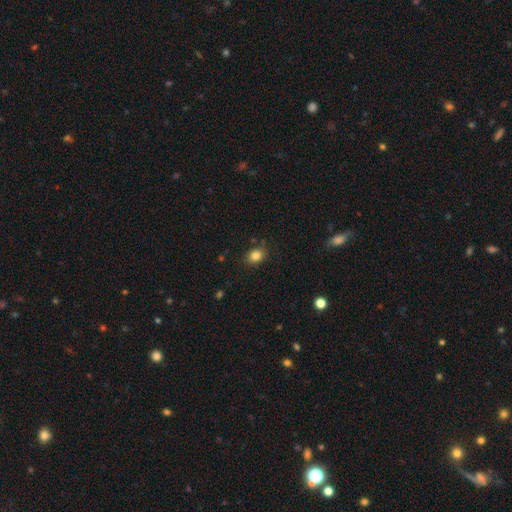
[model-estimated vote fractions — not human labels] A smooth galaxy with no disk features (84%) that is in between round and cigar-shaped (55%). Merging: none (84%).